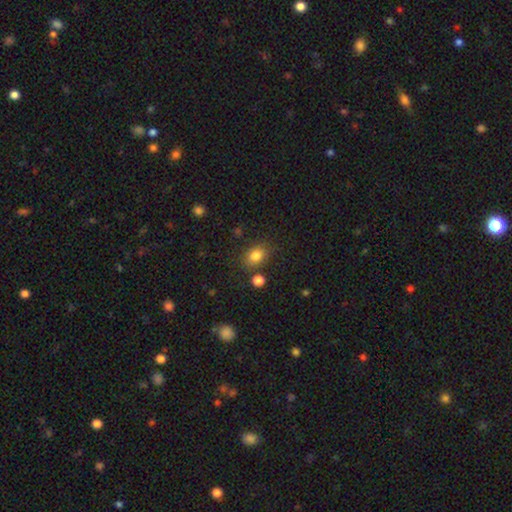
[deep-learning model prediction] Smooth or featured? smooth (82%)
How rounded? in between (61%)
Merging? none (75%)